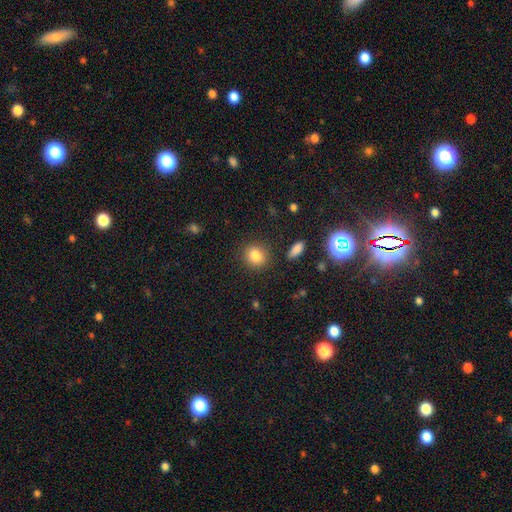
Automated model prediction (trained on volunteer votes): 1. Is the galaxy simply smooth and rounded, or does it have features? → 83% smooth, 10% star or artifact, 7% featured or disk.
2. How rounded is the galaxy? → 81% round, 18% in between, 1% cigar-shaped.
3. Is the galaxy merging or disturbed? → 88% none, 7% minor disturbance, 2% major disturbance, 2% merger.